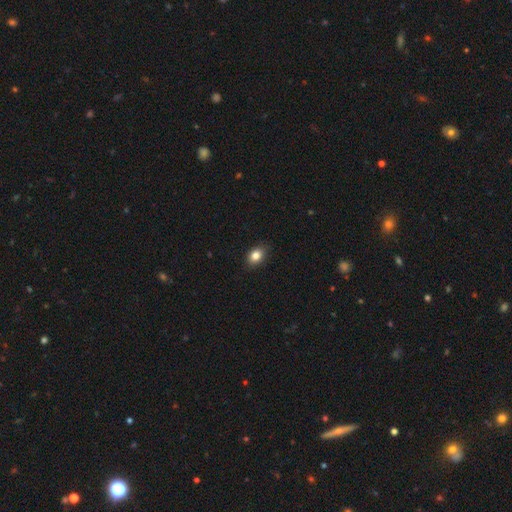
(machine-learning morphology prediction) Smooth or featured? smooth (84%)
How rounded? in between (69%)
Merging? none (88%)